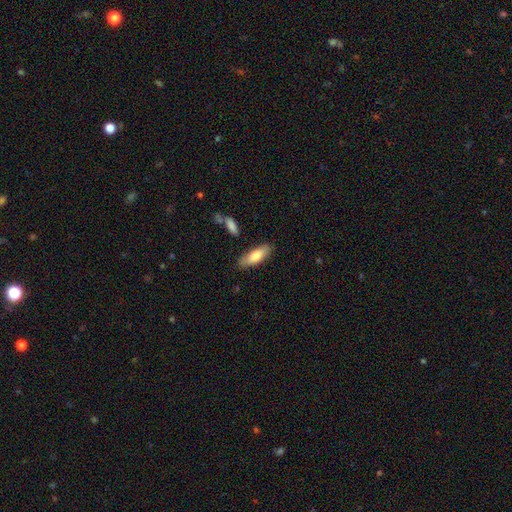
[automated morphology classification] A smooth galaxy with no disk features (75%) that is in between round and cigar-shaped (61%).

Vote fractions:
- Smooth or featured? smooth: 75% / featured or disk: 19% / star or artifact: 6%
- How rounded? in between: 61% / cigar-shaped: 37% / round: 2%
- Merging? none: 82% / minor disturbance: 12% / merger: 3% / major disturbance: 2%